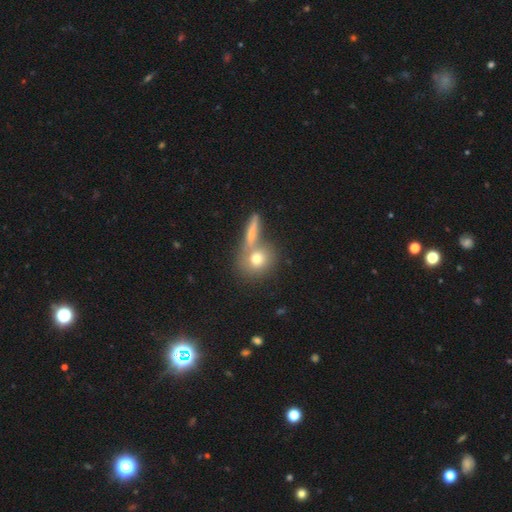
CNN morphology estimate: Smooth or featured? Predicted: smooth (p=0.57). How rounded? Predicted: round (p=0.71). Merging? Predicted: none (p=0.44, tied with merger).